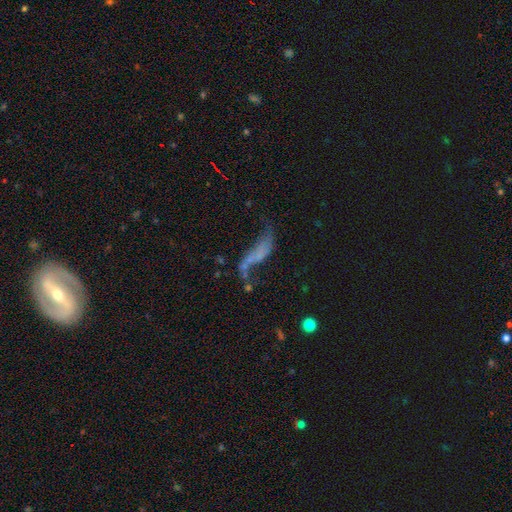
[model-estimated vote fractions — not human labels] Morphology: type=featured or disk (60%); edge-on=no (85%); bar=no (66%); spiral arms=yes (56%); bulge=none (72%); merging=none (34%).